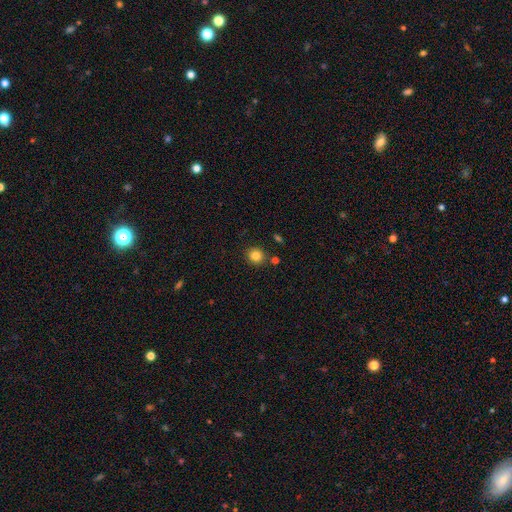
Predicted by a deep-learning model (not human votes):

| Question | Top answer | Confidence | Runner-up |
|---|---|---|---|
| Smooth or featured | smooth | 83% | star or artifact (11%) |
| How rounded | round | 89% | in between (10%) |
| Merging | none | 85% | minor disturbance (8%) |